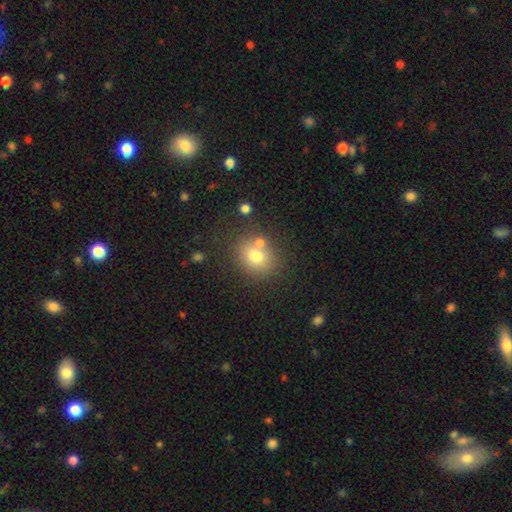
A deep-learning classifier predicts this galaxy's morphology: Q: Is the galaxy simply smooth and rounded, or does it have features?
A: smooth — 73%.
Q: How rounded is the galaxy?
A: round — 70%.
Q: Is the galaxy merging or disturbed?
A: none — 66%.